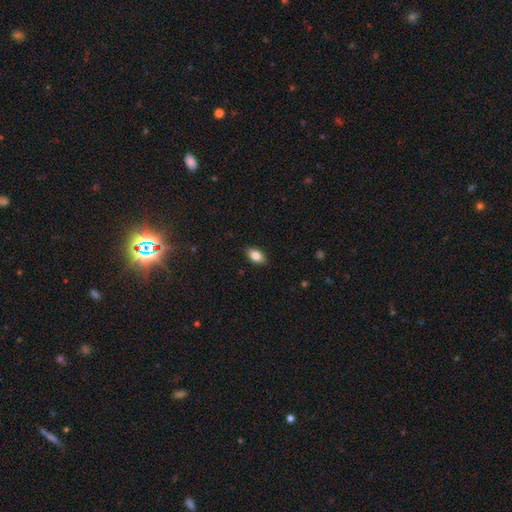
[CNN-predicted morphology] Smooth or featured? smooth (80%)
How rounded? in between (90%)
Merging? none (88%)